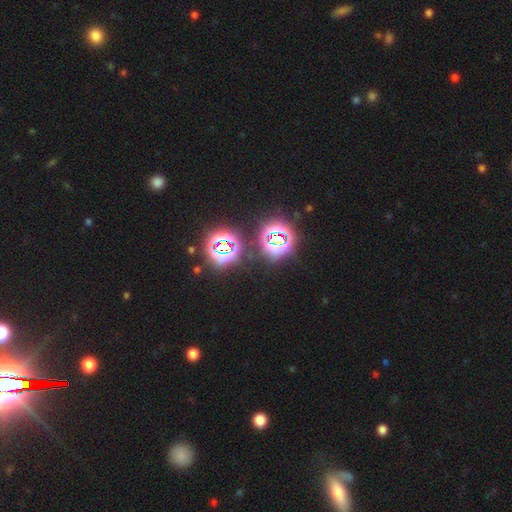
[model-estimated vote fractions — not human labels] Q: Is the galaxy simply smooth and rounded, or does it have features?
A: star or artifact — 80%.